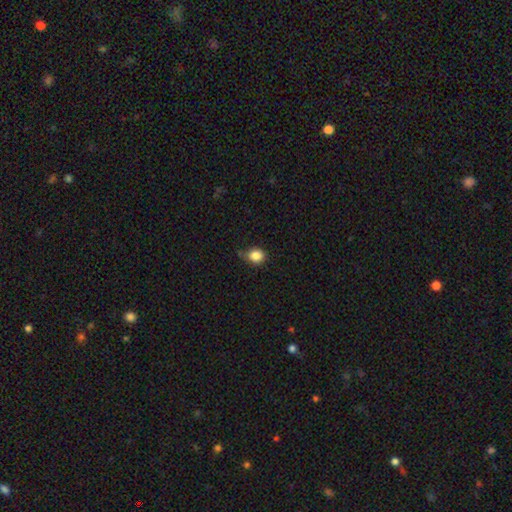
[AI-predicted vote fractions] Smooth or featured? smooth (84%)
How rounded? round (66%)
Merging? none (64%)